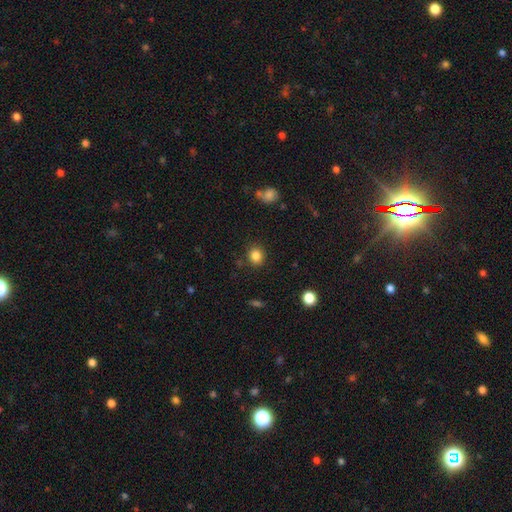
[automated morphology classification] Smooth or featured: smooth — 84% (star or artifact — 11%)
How rounded: round — 78% (in between — 22%)
Merging: none — 87% (minor disturbance — 8%)